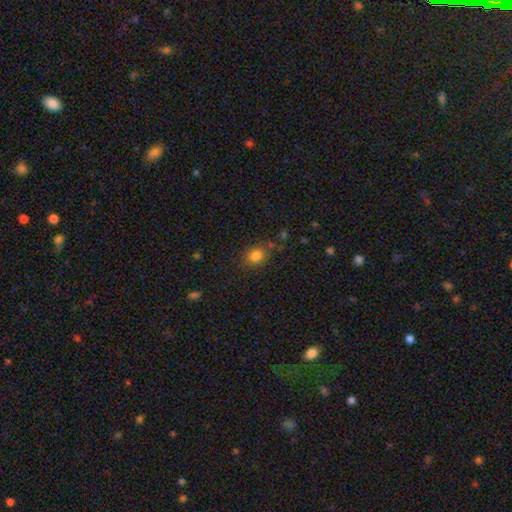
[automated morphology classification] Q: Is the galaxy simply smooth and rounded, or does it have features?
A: smooth — 82%.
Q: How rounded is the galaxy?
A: round — 60%.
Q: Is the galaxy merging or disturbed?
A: none — 78%.